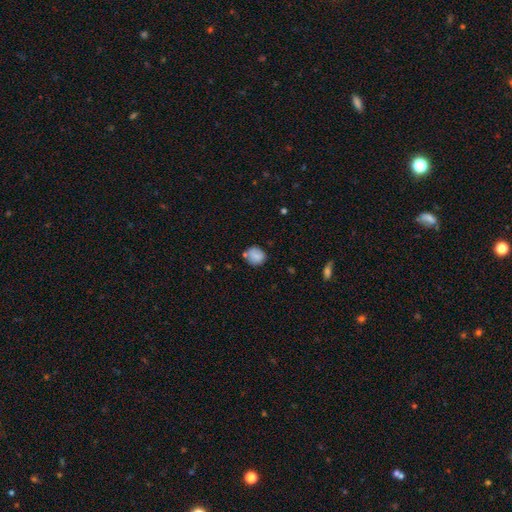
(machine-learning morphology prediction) A smooth galaxy with no disk features (80%) that is round (81%). Merging: none (70%).